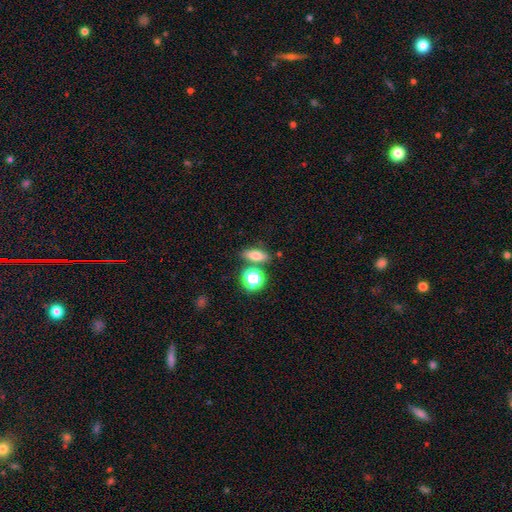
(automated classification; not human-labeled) Smooth or featured: smooth — 73% (star or artifact — 14%)
How rounded: in between — 62% (cigar-shaped — 22%)
Merging: none — 76% (merger — 11%)